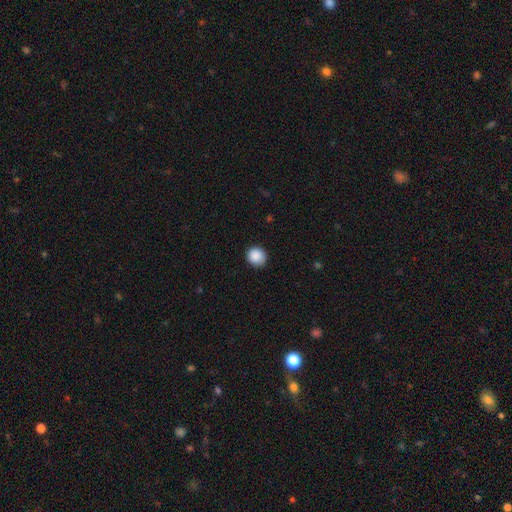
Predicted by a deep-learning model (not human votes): A smooth galaxy with no disk features (89%) that is round (88%). Merging: none (87%).